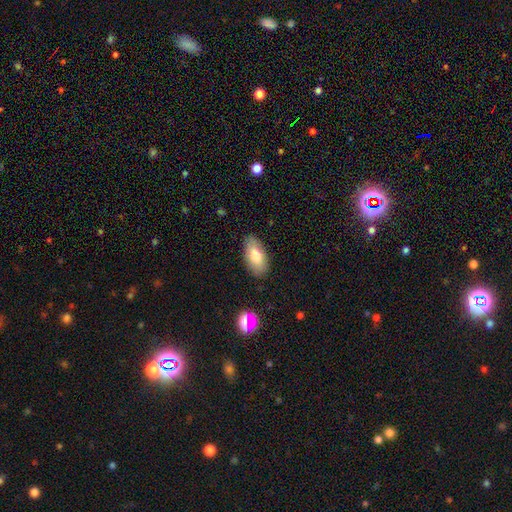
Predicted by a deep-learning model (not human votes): A smooth galaxy with no disk features (76%) that is in between round and cigar-shaped (93%).

Vote fractions:
- Smooth or featured? smooth: 76% / featured or disk: 16% / star or artifact: 8%
- How rounded? in between: 93% / cigar-shaped: 4% / round: 3%
- Merging? none: 85% / minor disturbance: 11% / major disturbance: 3% / merger: 1%